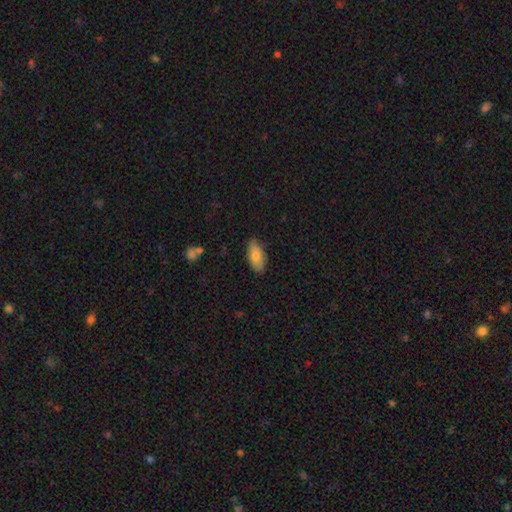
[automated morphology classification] Q: Smooth or featured?
A: smooth (79%); runner-up: featured or disk (14%)
Q: How rounded?
A: in between (88%); runner-up: cigar-shaped (9%)
Q: Merging?
A: none (76%); runner-up: minor disturbance (19%)